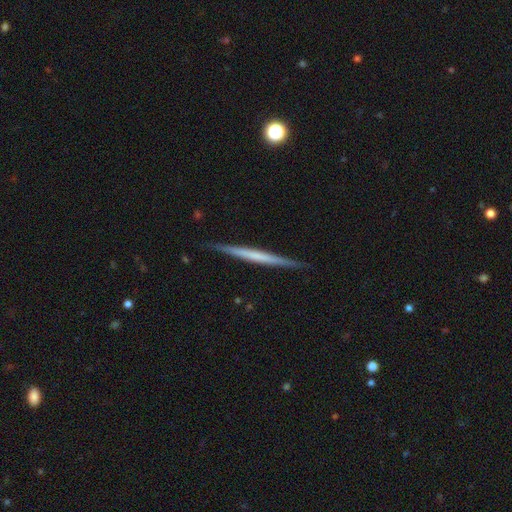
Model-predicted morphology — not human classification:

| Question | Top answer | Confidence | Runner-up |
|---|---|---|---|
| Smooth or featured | featured or disk | 58% | smooth (37%) |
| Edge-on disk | yes | 98% | no (2%) |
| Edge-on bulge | none | 84% | rounded (9%) |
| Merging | none | 90% | minor disturbance (8%) |